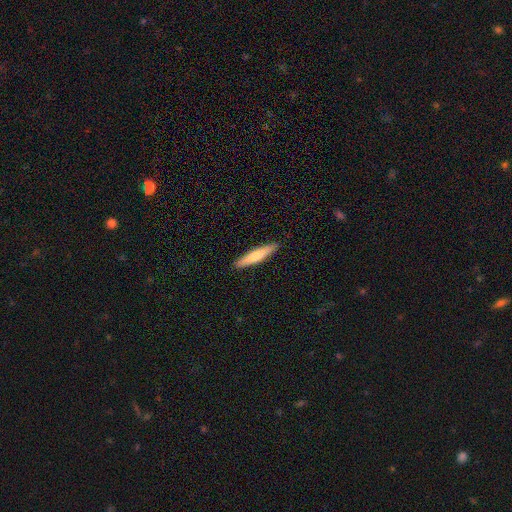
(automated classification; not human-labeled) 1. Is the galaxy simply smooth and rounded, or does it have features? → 69% smooth, 26% featured or disk, 5% star or artifact.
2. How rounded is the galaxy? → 89% cigar-shaped, 10% in between, 1% round.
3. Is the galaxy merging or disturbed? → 91% none, 7% minor disturbance, 1% major disturbance, 1% merger.